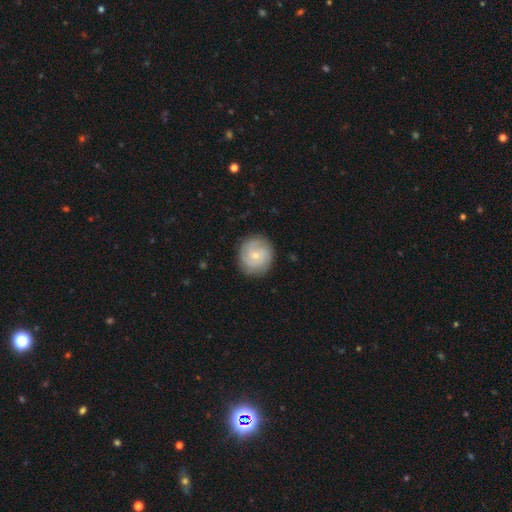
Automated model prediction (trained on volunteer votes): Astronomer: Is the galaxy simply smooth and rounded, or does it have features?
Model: featured or disk — 56% (runner-up: smooth, 37%).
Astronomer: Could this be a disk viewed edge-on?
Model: no — 98%.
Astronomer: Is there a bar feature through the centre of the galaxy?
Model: no — 71%.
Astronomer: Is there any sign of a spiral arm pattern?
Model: yes — 85%.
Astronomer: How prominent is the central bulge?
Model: small — 70%.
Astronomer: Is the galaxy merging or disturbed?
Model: none — 85%.